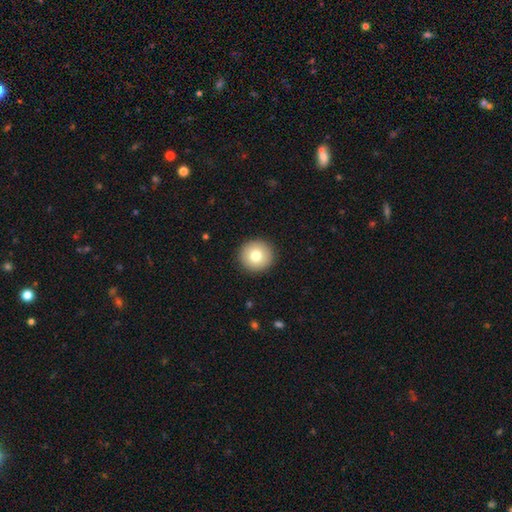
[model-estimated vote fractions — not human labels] This appears to be a smooth galaxy with no disk features (77%) that is round (95%). Merging: none (92%).